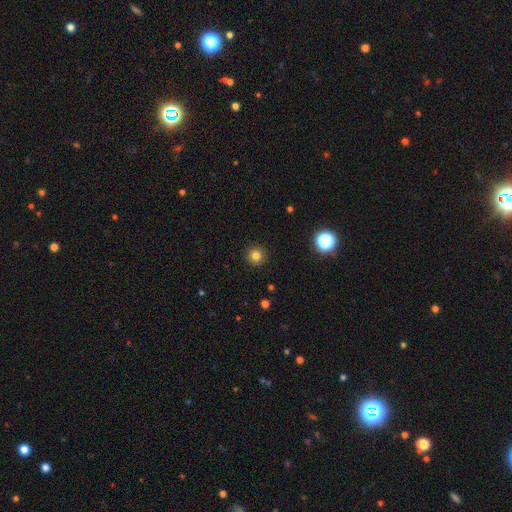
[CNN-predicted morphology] Smooth or featured?
  - smooth: 80% *
  - star or artifact: 14%
  - featured or disk: 6%
How rounded?
  - round: 96% *
  - in between: 3%
  - cigar-shaped: 1%
Merging?
  - none: 92% *
  - minor disturbance: 5%
  - major disturbance: 2%
  - merger: 1%